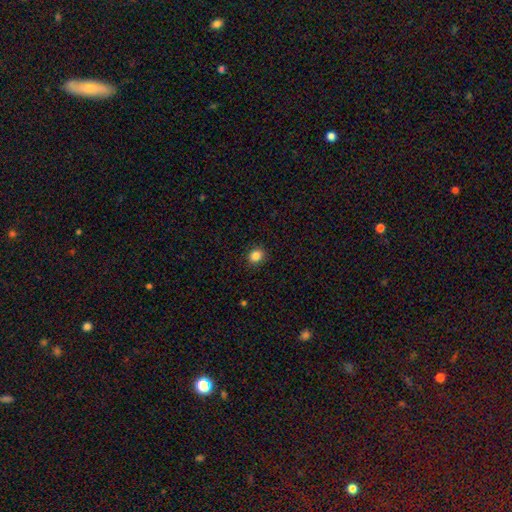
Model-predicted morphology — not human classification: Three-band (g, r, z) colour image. It shows a smooth galaxy with no disk features (86%) that is round (66%). Merging: none (89%).